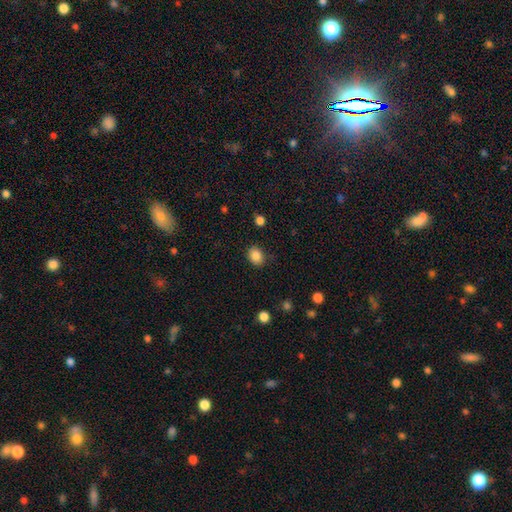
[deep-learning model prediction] Smooth or featured? smooth (86%)
How rounded? in between (51%)
Merging? none (84%)